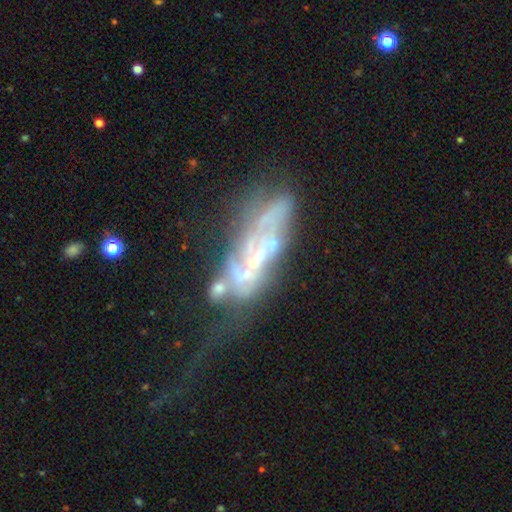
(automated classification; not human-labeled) A featured or disk galaxy (72%) with no bar (62%), no spiral arms (50%, tied with yes) and a small central bulge (39%).

Vote fractions:
- Smooth or featured? featured or disk: 72% / smooth: 17% / star or artifact: 11%
- Edge-on disk? no: 79% / yes: 21%
- Bar? no: 62% / weak: 23% / strong: 15%
- Spiral arms? no: 50% (tied) / yes: 50% (tied)
- Bulge size? small: 39% / none: 35% / moderate: 20% / large: 3% / dominant: 2%
- Merging? major disturbance: 41% / none: 22% / merger: 20% / minor disturbance: 17%